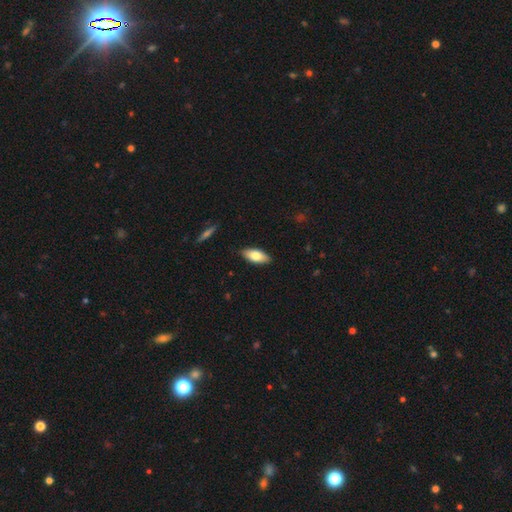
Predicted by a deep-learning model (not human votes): This is likely a smooth galaxy (77%). How rounded: clearly in between (85%). Merging: clearly none (88%).